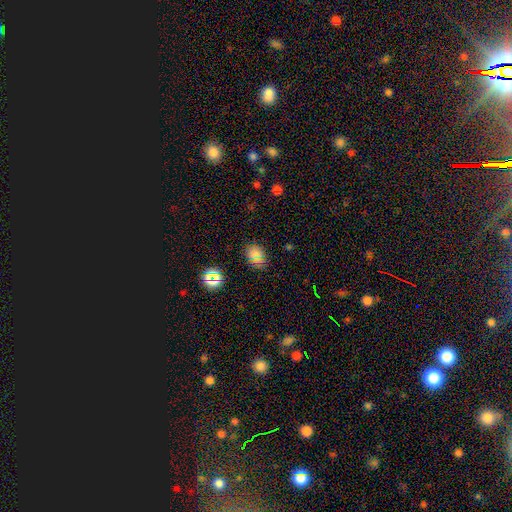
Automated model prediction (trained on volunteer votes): A smooth galaxy with no disk features (71%) that is in between round and cigar-shaped (64%).

Vote fractions:
- Smooth or featured? smooth: 71% / star or artifact: 19% / featured or disk: 9%
- How rounded? in between: 64% / round: 35% / cigar-shaped: 1%
- Merging? none: 75% / minor disturbance: 18% / major disturbance: 5% / merger: 2%